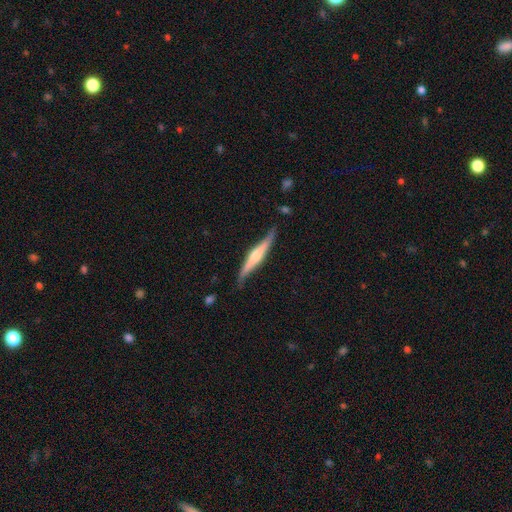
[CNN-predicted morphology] smooth-or-featured: featured or disk: 64% | smooth: 31% | star or artifact: 5%
  disk-edge-on: yes: 93% | no: 7%
    edge-on-bulge: rounded: 68% | boxy: 16% | none: 16%
  merging: none: 76% | minor disturbance: 19% | major disturbance: 3% | merger: 2%